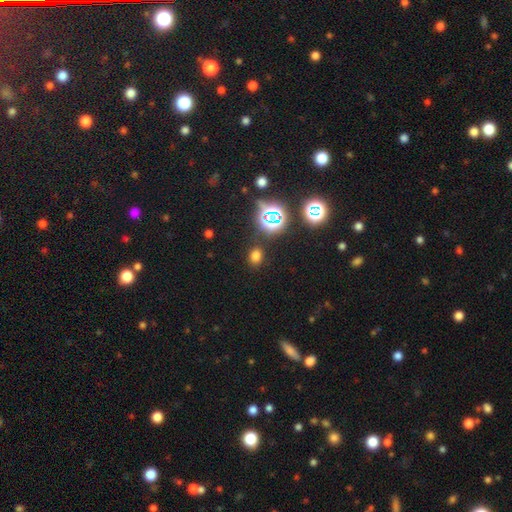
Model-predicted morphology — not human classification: The model was most divided on "how rounded": in between: 56%, round: 43%, cigar-shaped: 1%. More confident: merging — none (85%); smooth or featured — smooth (64%).